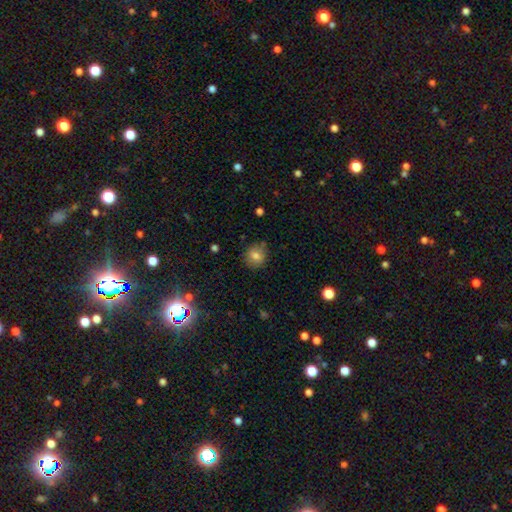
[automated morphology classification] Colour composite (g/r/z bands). It shows a smooth galaxy with no disk features (80%) that is round (82%). Merging: none (81%).